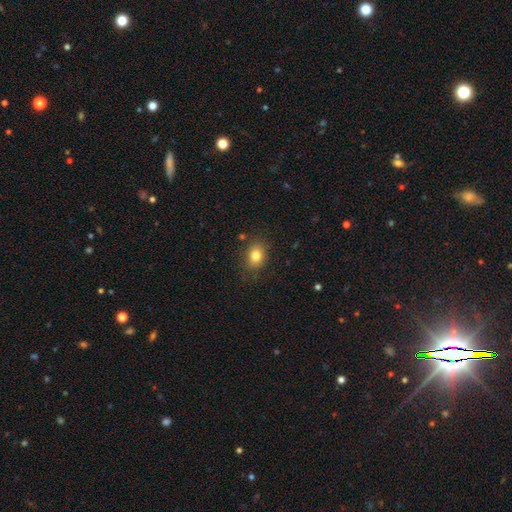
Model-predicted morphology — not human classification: Smooth or featured? smooth (81%)
How rounded? in between (54%)
Merging? none (82%)